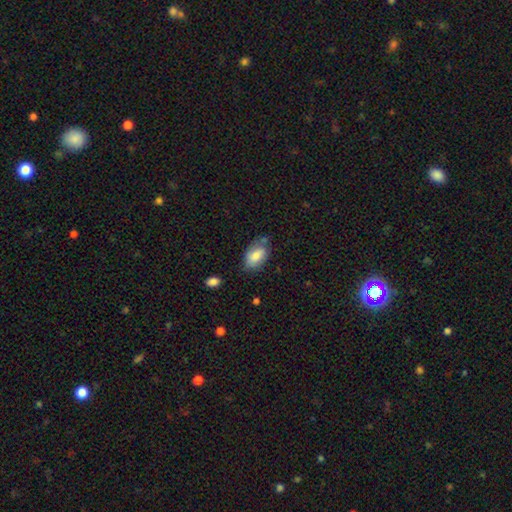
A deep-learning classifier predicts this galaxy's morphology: Smooth or featured: smooth — 76% (featured or disk — 17%)
How rounded: in between — 92% (round — 5%)
Merging: none — 57% (minor disturbance — 30%)